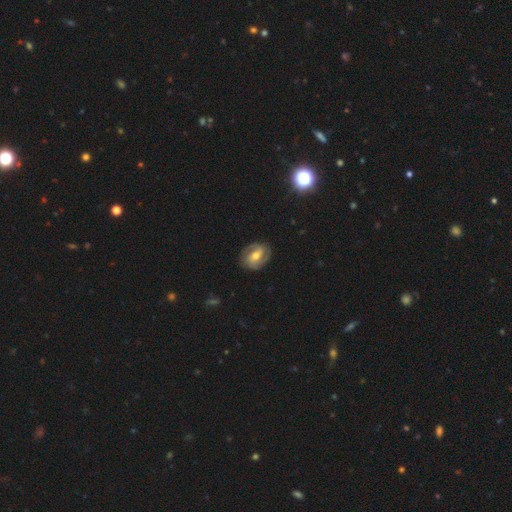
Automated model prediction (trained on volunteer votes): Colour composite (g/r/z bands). It shows a featured or disk galaxy (74%) with a weak bar (44%), 2 (66%) tight (46%) spiral arms (90%) and a moderate central bulge (69%). Merging: none (80%).